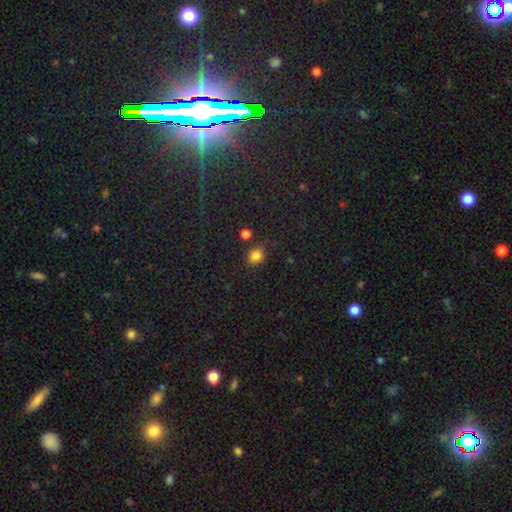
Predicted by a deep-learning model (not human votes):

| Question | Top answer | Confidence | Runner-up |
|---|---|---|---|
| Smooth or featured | smooth | 82% | star or artifact (13%) |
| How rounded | round | 72% | in between (27%) |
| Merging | none | 76% | minor disturbance (14%) |